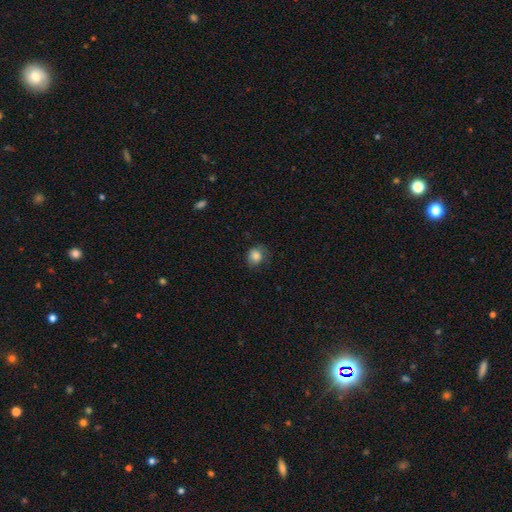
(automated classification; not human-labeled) Morphology: type=smooth (83%); roundness=round (69%); merging=none (64%).